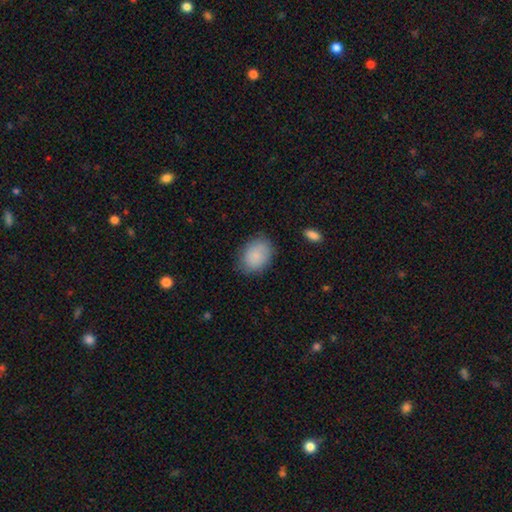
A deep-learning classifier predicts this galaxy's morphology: Smooth or featured?
  - smooth: 87% *
  - star or artifact: 7%
  - featured or disk: 6%
How rounded?
  - in between: 67% *
  - round: 32%
  - cigar-shaped: 1%
Merging?
  - none: 77% *
  - minor disturbance: 17%
  - major disturbance: 4%
  - merger: 1%